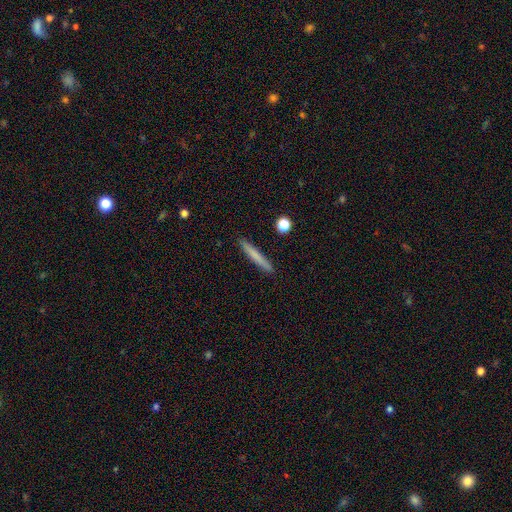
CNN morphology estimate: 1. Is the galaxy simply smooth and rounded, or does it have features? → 71% smooth, 22% featured or disk, 7% star or artifact.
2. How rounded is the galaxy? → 96% cigar-shaped, 3% in between, 1% round.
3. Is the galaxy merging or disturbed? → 91% none, 6% minor disturbance, 2% merger, 1% major disturbance.